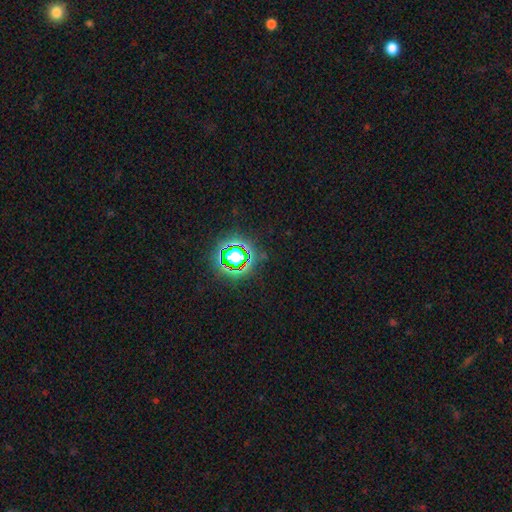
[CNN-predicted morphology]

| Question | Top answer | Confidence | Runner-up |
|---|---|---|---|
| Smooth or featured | star or artifact | 79% | smooth (13%) |